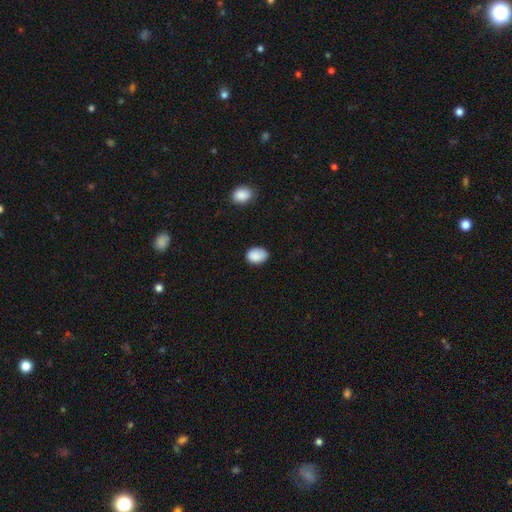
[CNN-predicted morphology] Smooth or featured? smooth (88%)
How rounded? in between (74%)
Merging? none (72%)